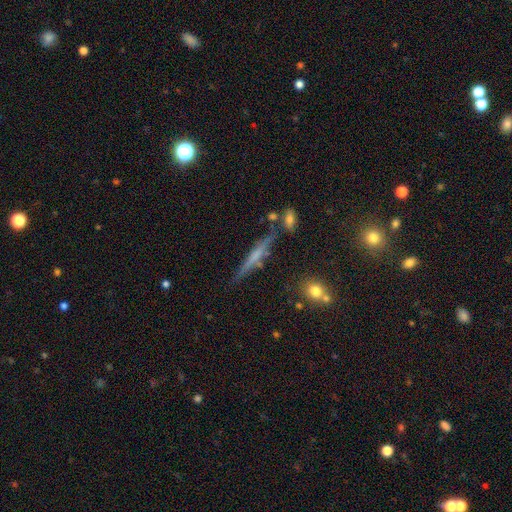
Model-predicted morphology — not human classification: The model was most divided on "smooth or featured": featured or disk: 52%, smooth: 38%, star or artifact: 9%. More confident: edge-on disk — yes (94%); merging — none (75%).